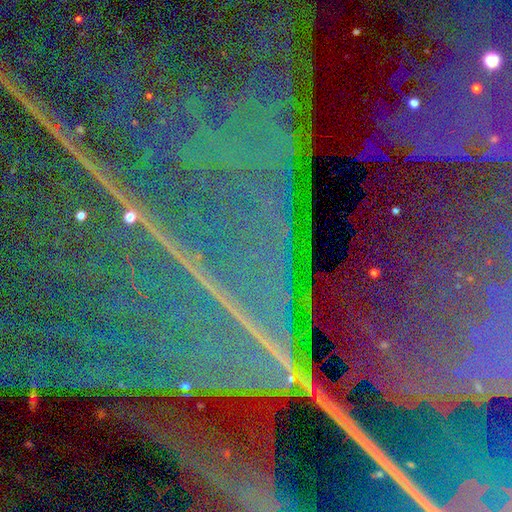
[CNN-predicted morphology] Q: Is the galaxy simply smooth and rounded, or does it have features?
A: star or artifact — 89%.